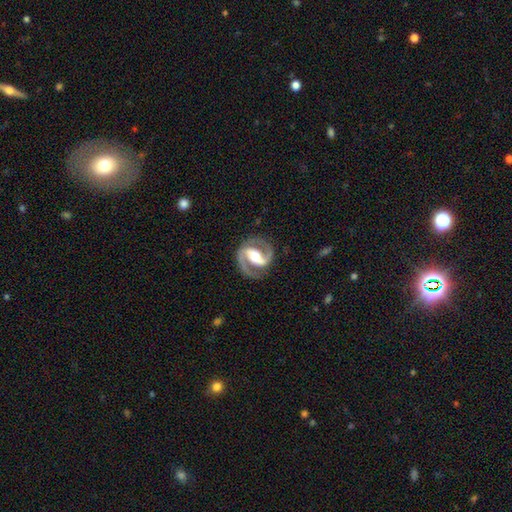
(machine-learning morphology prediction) The model was most divided on "spiral winding": medium: 57%, tight: 33%, loose: 10%. More confident: edge-on disk — no (98%); spiral arms — yes (97%); spiral arm count — 2 (94%); smooth or featured — featured or disk (92%); merging — none (84%); bulge size — moderate (60%); bar — strong (59%).